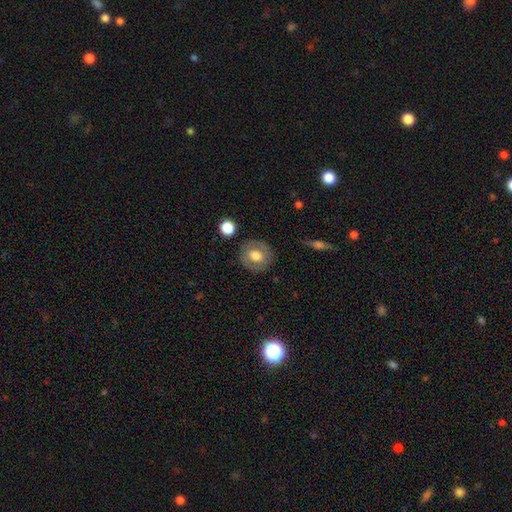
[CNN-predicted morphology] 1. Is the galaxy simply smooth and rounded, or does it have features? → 58% smooth, 34% featured or disk, 7% star or artifact.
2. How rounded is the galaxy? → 83% round, 16% in between, 1% cigar-shaped.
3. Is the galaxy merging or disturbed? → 84% none, 10% minor disturbance, 4% major disturbance, 2% merger.